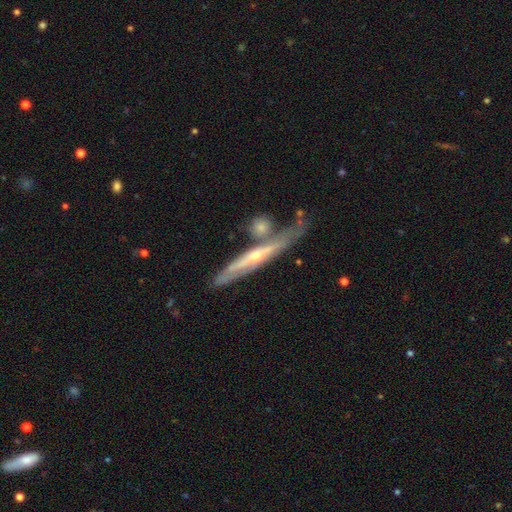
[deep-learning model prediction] Smooth or featured? featured or disk (77%)
Edge-on disk? yes (78%)
Edge-on bulge? rounded (78%)
Merging? none (51%)